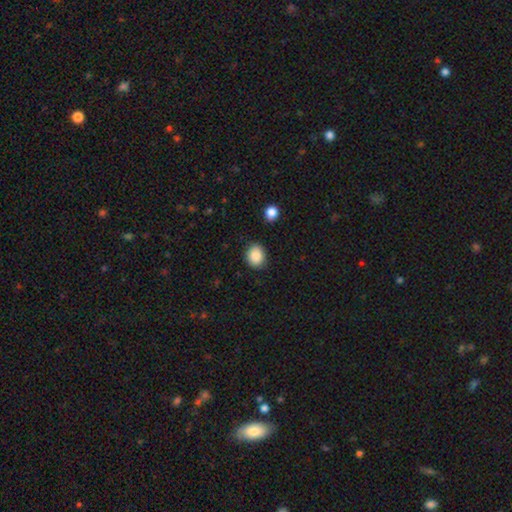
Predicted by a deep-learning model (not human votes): Smooth or featured? Predicted: smooth (p=0.88). How rounded? Predicted: round (p=0.56). Merging? Predicted: none (p=0.83).